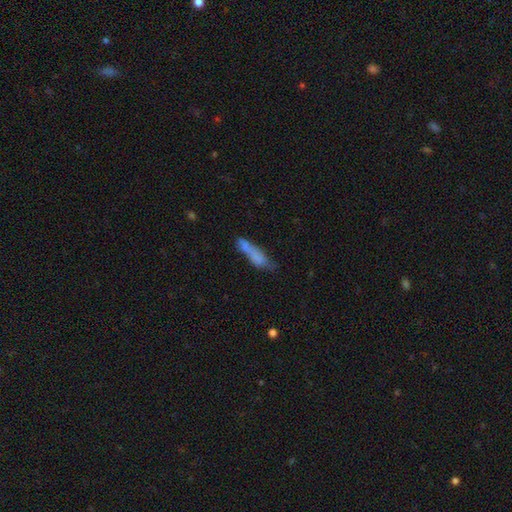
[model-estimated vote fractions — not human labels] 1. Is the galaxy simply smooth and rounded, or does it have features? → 69% smooth, 22% featured or disk, 9% star or artifact.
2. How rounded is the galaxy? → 73% cigar-shaped, 25% in between, 2% round.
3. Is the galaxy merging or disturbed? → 41% none, 25% minor disturbance, 21% merger, 14% major disturbance.